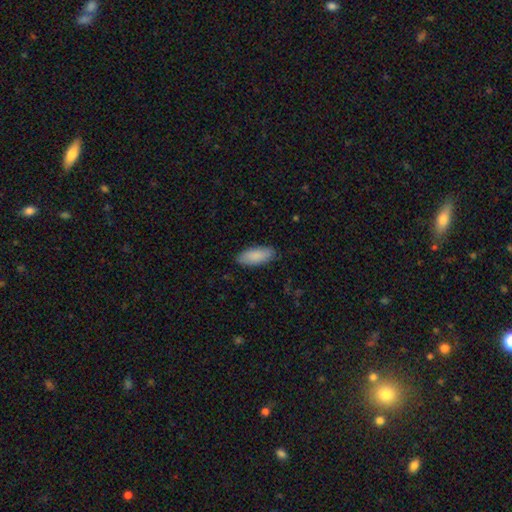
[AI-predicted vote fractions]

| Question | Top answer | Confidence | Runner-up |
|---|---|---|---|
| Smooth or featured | smooth | 88% | featured or disk (6%) |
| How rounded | in between | 80% | cigar-shaped (18%) |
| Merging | none | 86% | minor disturbance (11%) |